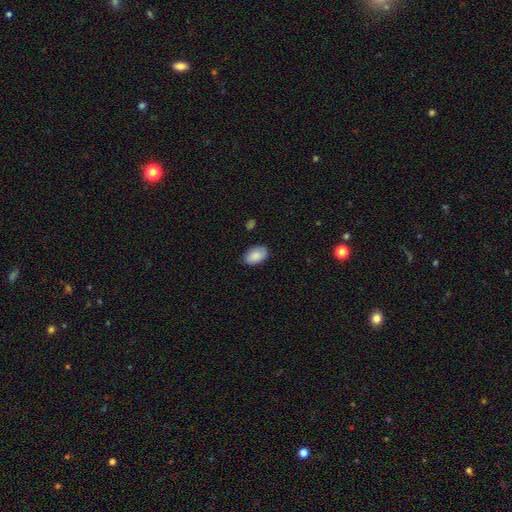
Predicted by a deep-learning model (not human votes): Q: Smooth or featured?
A: smooth (86%); runner-up: featured or disk (7%)
Q: How rounded?
A: in between (93%); runner-up: round (6%)
Q: Merging?
A: none (82%); runner-up: minor disturbance (14%)